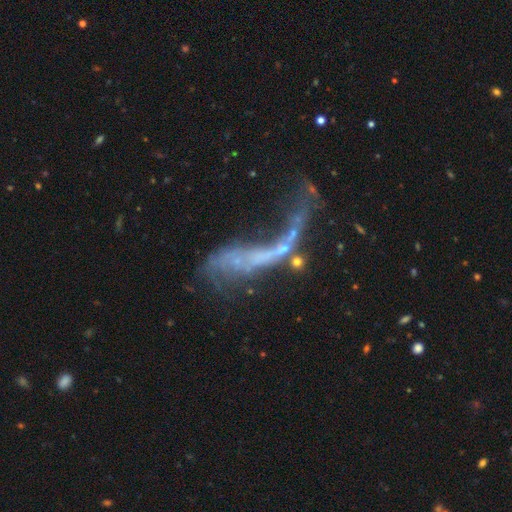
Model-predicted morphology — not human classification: smooth-or-featured: featured or disk: 50% | smooth: 29% | star or artifact: 20%
  disk-edge-on: no: 69% | yes: 31%
  merging: merger: 31% | major disturbance: 30% | none: 25% | minor disturbance: 14%